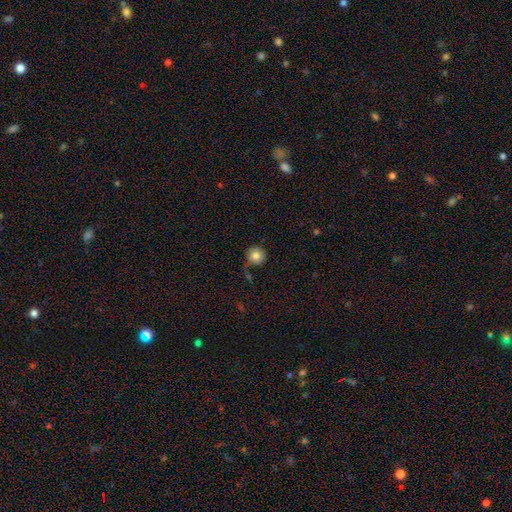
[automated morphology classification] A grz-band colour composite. It shows a smooth galaxy with no disk features (81%) that is round (93%). Merging: none (67%).